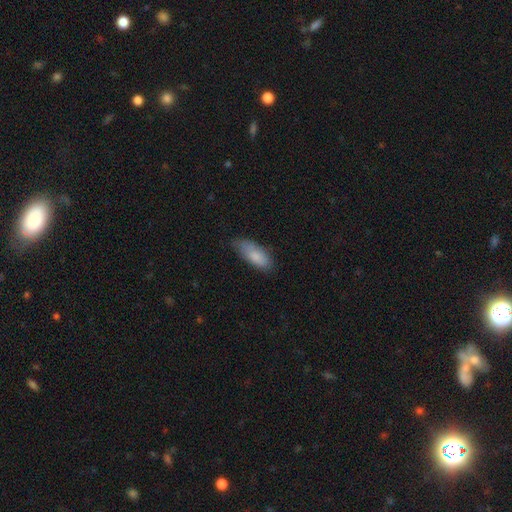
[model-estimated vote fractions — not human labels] A smooth galaxy with no disk features (82%) that is in between round and cigar-shaped (80%).

Vote fractions:
- Smooth or featured? smooth: 82% / featured or disk: 12% / star or artifact: 6%
- How rounded? in between: 80% / cigar-shaped: 18% / round: 2%
- Merging? none: 62% / minor disturbance: 30% / major disturbance: 6% / merger: 1%